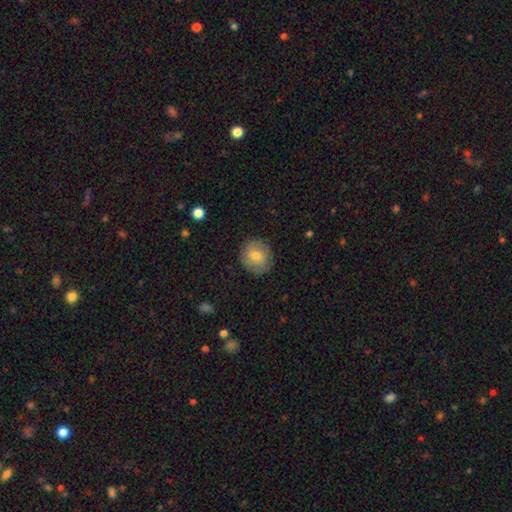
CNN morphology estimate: Q: Smooth or featured?
A: smooth (66%); runner-up: featured or disk (26%)
Q: How rounded?
A: round (78%); runner-up: in between (21%)
Q: Merging?
A: none (85%); runner-up: minor disturbance (11%)